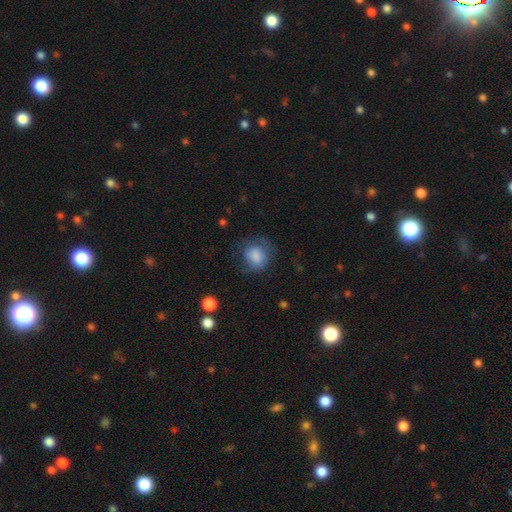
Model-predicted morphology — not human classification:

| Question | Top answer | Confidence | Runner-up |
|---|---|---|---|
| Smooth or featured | smooth | 76% | featured or disk (16%) |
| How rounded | round | 71% | in between (28%) |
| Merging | none | 56% | minor disturbance (25%) |